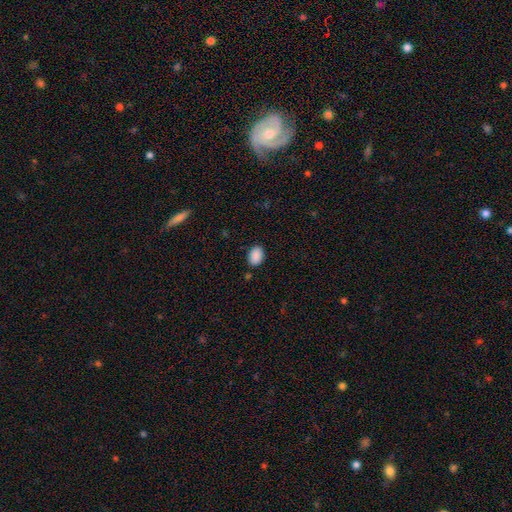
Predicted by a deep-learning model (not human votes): Smooth or featured? smooth (90%)
How rounded? in between (79%)
Merging? none (86%)